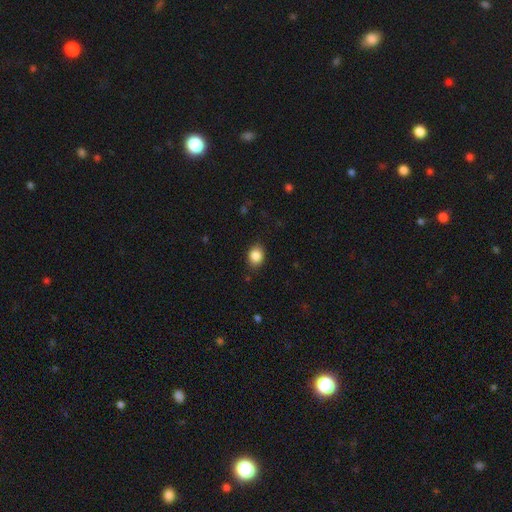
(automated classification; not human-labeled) A smooth galaxy with no disk features (86%) that is in between round and cigar-shaped (50%). Merging: none (85%).